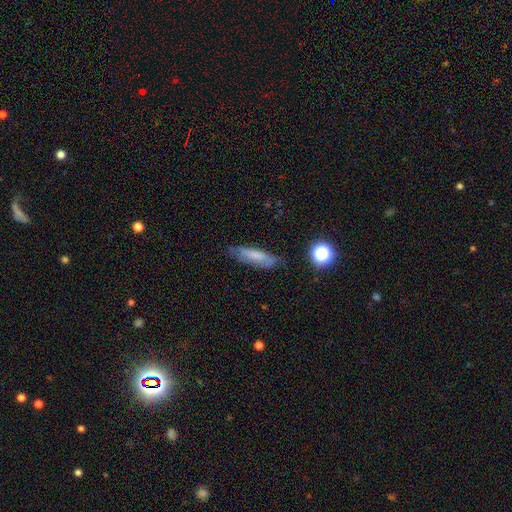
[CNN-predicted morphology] Smooth or featured? Predicted: smooth (p=0.57). How rounded? Predicted: cigar-shaped (p=0.60). Merging? Predicted: none (p=0.70).